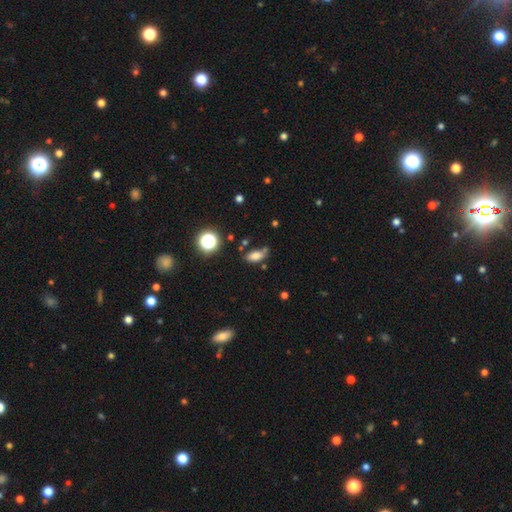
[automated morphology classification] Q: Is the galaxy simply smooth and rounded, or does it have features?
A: smooth — 76%.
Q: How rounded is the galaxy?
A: in between — 85%.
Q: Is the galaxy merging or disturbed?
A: none — 57%.